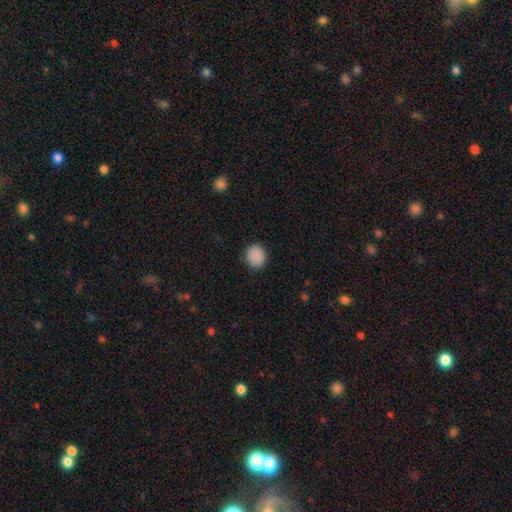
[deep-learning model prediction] This appears to be a smooth galaxy with no disk features (89%) that is round (67%). Merging: none (86%).